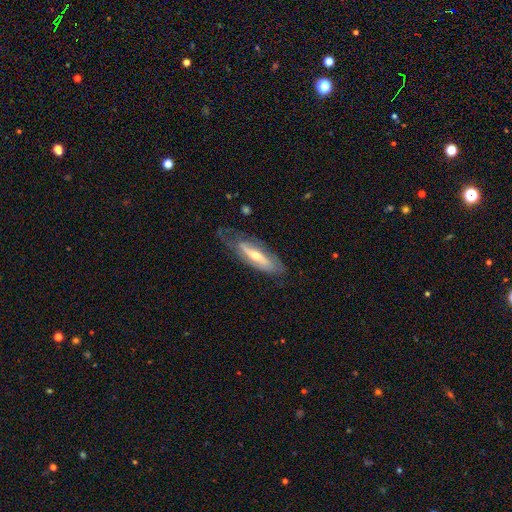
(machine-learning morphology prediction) type=featured or disk (70%); edge-on=no (64%); merging=none (61%).